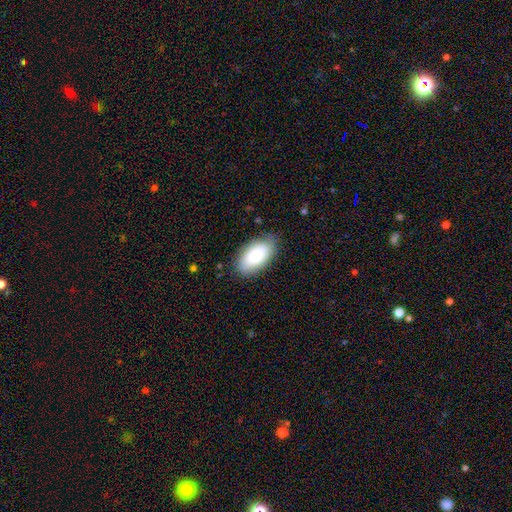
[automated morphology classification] smooth-or-featured: smooth: 81% | featured or disk: 13% | star or artifact: 6%
  how-rounded: in between: 95% | round: 3% | cigar-shaped: 2%
  merging: none: 79% | minor disturbance: 16% | major disturbance: 4% | merger: 1%